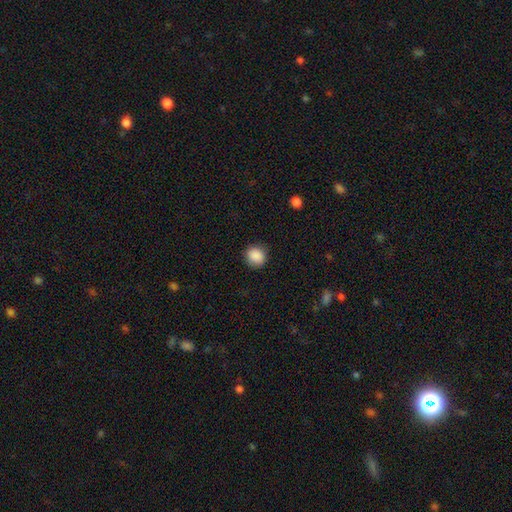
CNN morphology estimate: smooth-or-featured: smooth: 89% | star or artifact: 9% | featured or disk: 3%
  how-rounded: round: 85% | in between: 14% | cigar-shaped: 1%
  merging: none: 87% | minor disturbance: 9% | major disturbance: 3% | merger: 1%